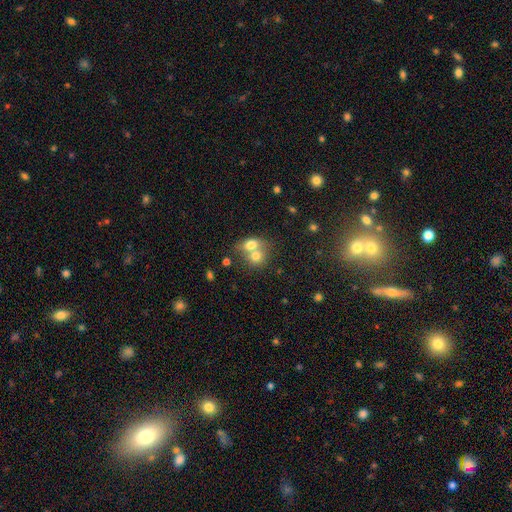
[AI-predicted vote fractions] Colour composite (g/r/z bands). It shows a smooth galaxy with no disk features (73%) that is round (50%). Merging: merger (69%).